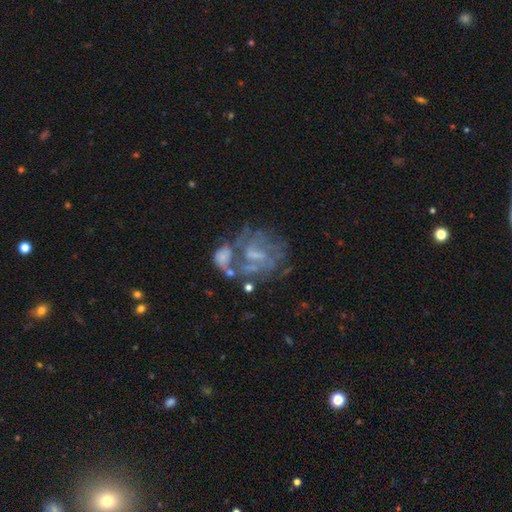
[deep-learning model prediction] smooth-or-featured: featured or disk: 72% | smooth: 16% | star or artifact: 12%
  disk-edge-on: no: 98% | yes: 2%
    bar: weak: 43% (tied) | no: 43% (tied) | strong: 15%
    has-spiral-arms: yes: 56% | no: 44%
    bulge-size: none: 40% | small: 33% | moderate: 23% | large: 3% | dominant: 1%
  merging: none: 32% | merger: 30% | major disturbance: 23% | minor disturbance: 15%